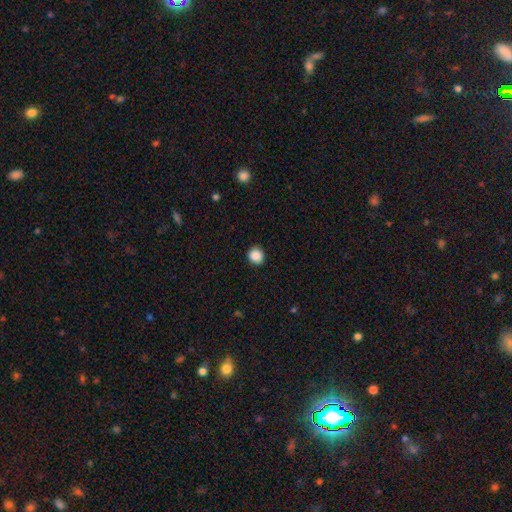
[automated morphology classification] This appears to be a smooth galaxy with no disk features (88%) that is round (86%). Merging: none (88%).